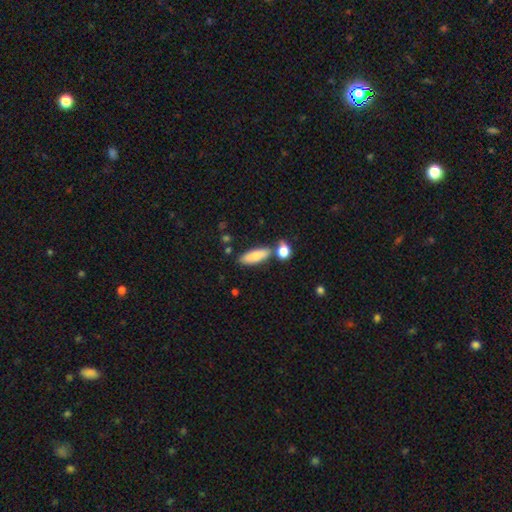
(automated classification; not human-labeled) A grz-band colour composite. It shows a smooth galaxy with no disk features (78%) that is in between round and cigar-shaped (66%). Merging: none (67%).